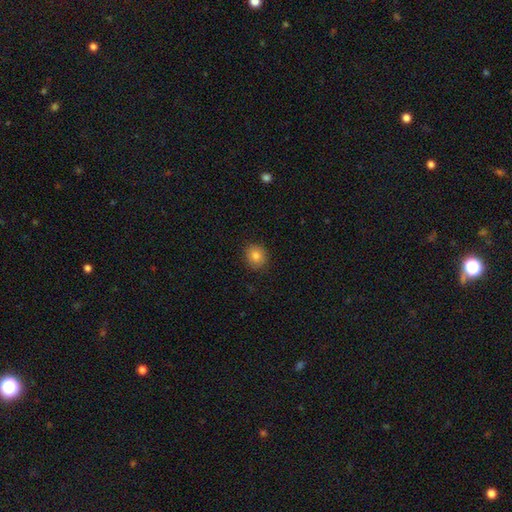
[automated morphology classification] Smooth or featured: smooth — 83% (star or artifact — 10%)
How rounded: round — 82% (in between — 17%)
Merging: none — 90% (minor disturbance — 7%)